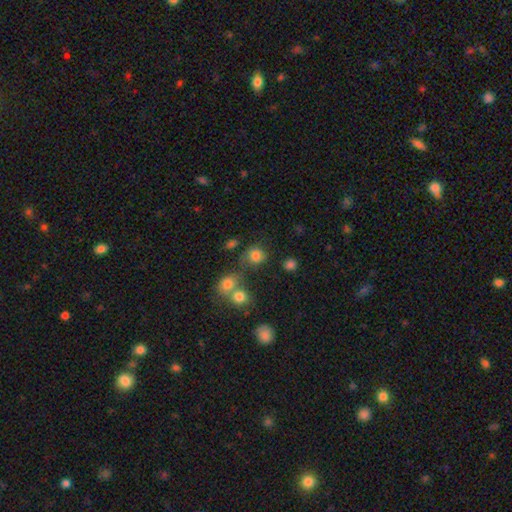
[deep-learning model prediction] Q: Smooth or featured?
A: smooth (78%); runner-up: star or artifact (14%)
Q: How rounded?
A: round (81%); runner-up: in between (18%)
Q: Merging?
A: none (61%); runner-up: merger (20%)